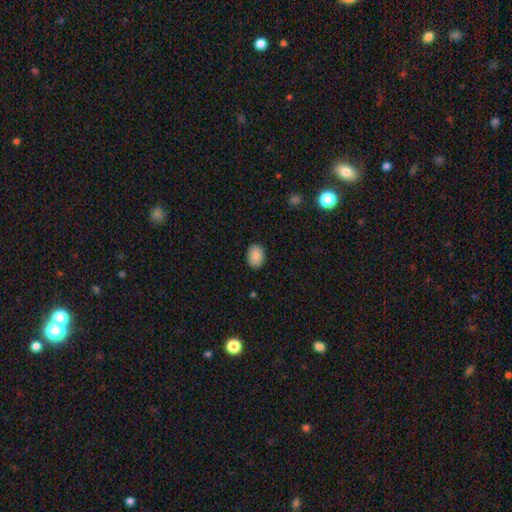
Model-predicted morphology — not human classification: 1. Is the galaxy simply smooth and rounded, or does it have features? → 89% smooth, 8% star or artifact, 3% featured or disk.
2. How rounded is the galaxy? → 72% in between, 27% round, 1% cigar-shaped.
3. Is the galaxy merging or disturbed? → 88% none, 9% minor disturbance, 2% major disturbance, 1% merger.